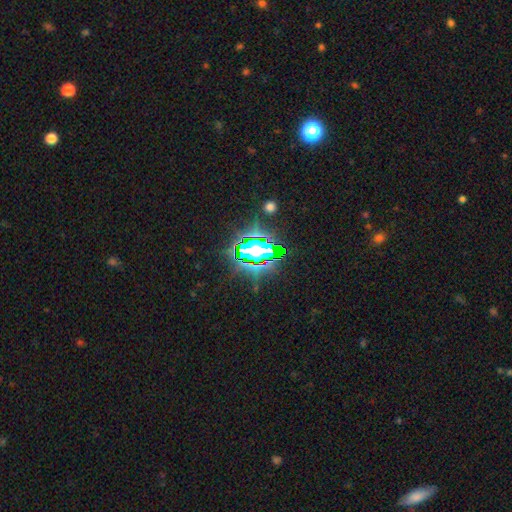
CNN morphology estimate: smooth-or-featured: star or artifact: 74% | smooth: 14% | featured or disk: 12%